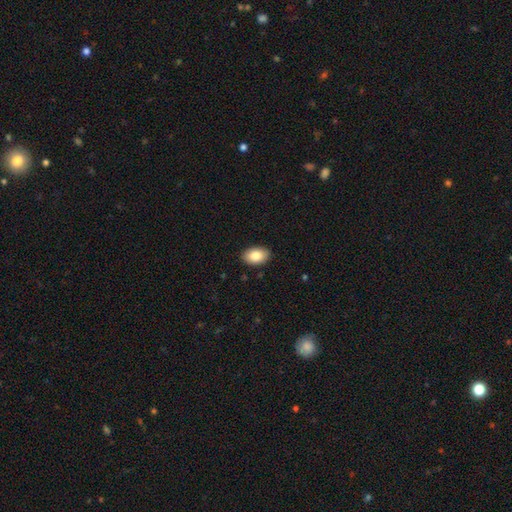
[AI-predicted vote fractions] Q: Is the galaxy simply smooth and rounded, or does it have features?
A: smooth — 84%.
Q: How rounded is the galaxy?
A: in between — 91%.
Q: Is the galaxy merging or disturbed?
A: none — 90%.